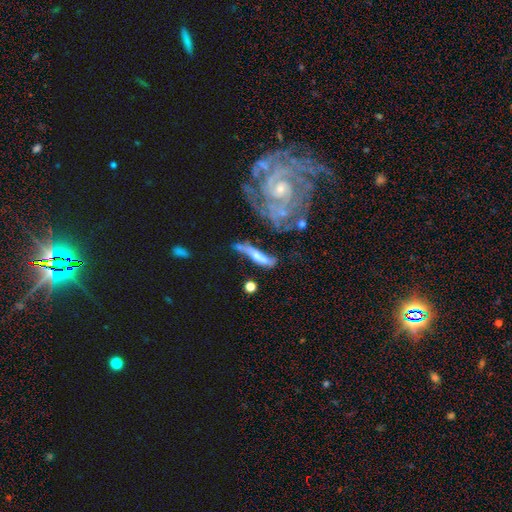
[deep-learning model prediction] featured or disk 51%, smooth 41%, star or artifact 8%. Down the decision tree: edge-on disk — no (51%); merging — none (39%).